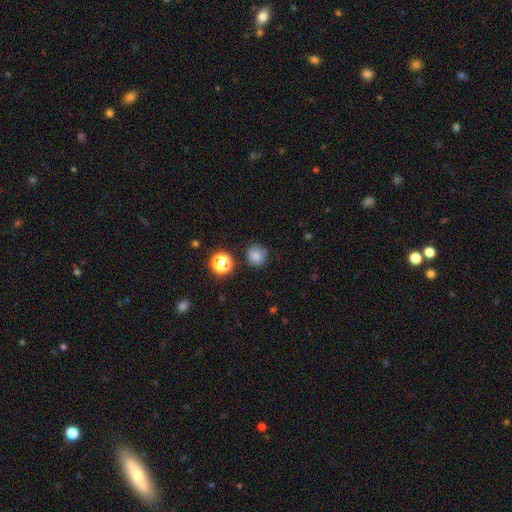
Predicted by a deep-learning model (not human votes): A smooth galaxy with no disk features (79%) that is round (87%). Merging: none (75%).